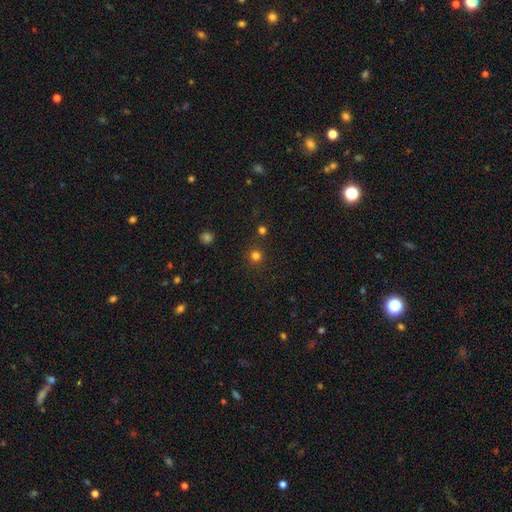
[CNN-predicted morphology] The model was most divided on "smooth or featured": smooth: 77%, star or artifact: 19%, featured or disk: 4%. More confident: how rounded — round (94%); merging — none (87%).